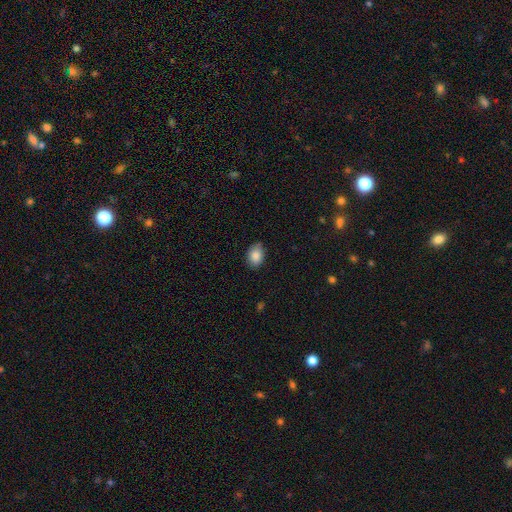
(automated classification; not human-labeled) smooth-or-featured: smooth: 87% | star or artifact: 7% | featured or disk: 6%
  how-rounded: in between: 78% | round: 21% | cigar-shaped: 1%
  merging: none: 79% | minor disturbance: 18% | major disturbance: 3% | merger: 1%